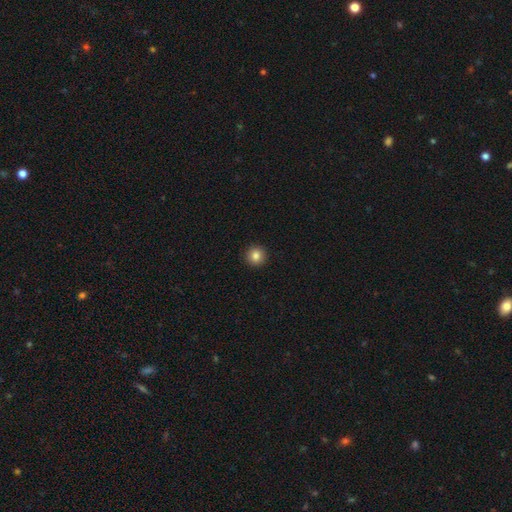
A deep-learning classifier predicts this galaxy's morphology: A smooth galaxy with no disk features (85%) that is round (95%). Merging: none (94%).